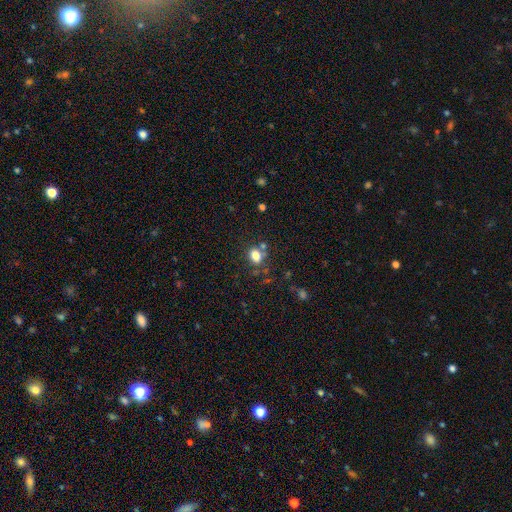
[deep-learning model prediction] smooth-or-featured: smooth: 79% | star or artifact: 13% | featured or disk: 8%
  how-rounded: in between: 58% | round: 41% | cigar-shaped: 1%
  merging: none: 66% | merger: 14% | minor disturbance: 14% | major disturbance: 5%